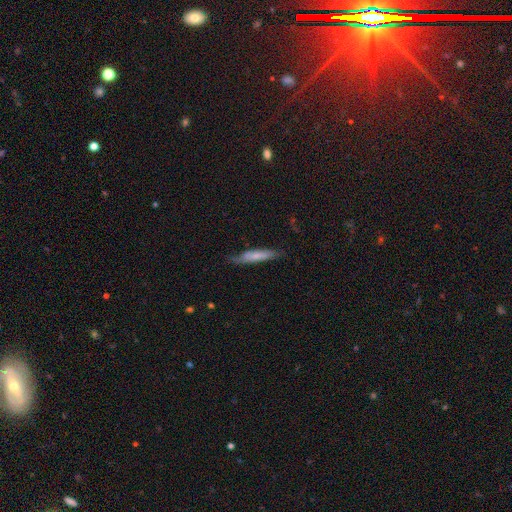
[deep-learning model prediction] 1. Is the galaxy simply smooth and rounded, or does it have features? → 60% smooth, 34% featured or disk, 6% star or artifact.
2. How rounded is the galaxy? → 86% cigar-shaped, 12% in between, 2% round.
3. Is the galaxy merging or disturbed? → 69% none, 23% minor disturbance, 5% major disturbance, 3% merger.